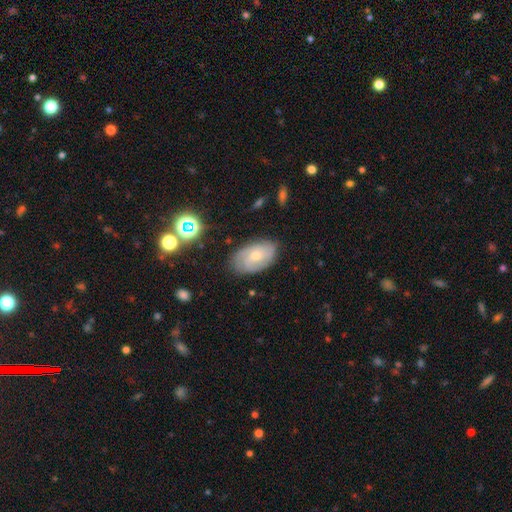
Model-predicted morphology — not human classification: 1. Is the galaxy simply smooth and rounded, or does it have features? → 57% featured or disk, 35% smooth, 9% star or artifact.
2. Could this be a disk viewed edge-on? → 95% no, 5% yes.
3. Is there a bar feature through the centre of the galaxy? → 71% no, 25% weak, 4% strong.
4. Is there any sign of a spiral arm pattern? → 84% yes, 16% no.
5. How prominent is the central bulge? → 59% small, 36% moderate, 2% none, 2% large, 1% dominant.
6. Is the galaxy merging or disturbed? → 74% none, 19% minor disturbance, 5% major disturbance, 1% merger.